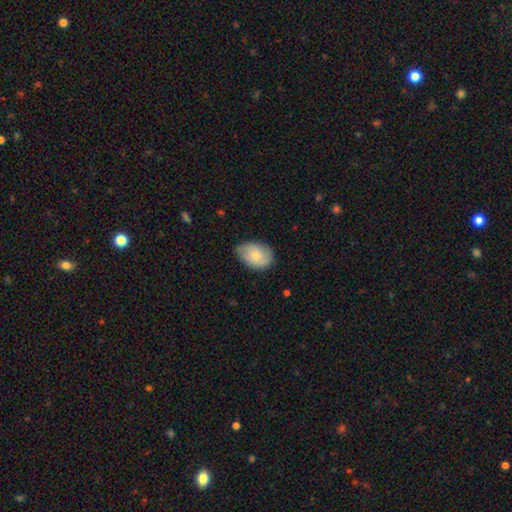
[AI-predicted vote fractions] Morphology: type=smooth (70%); roundness=in between (80%); merging=none (67%).